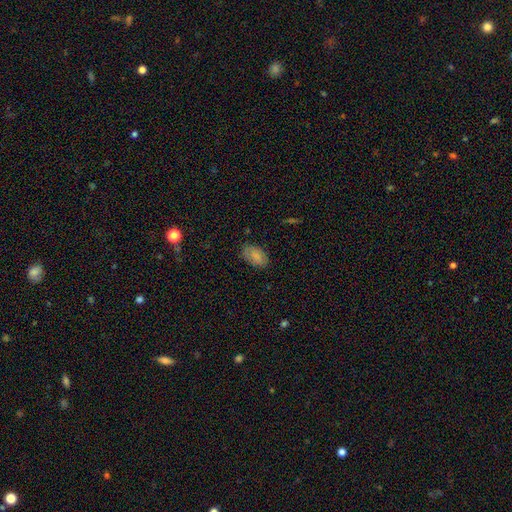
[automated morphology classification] This appears to be a smooth galaxy with no disk features (82%) that is in between round and cigar-shaped (93%). Merging: none (78%).